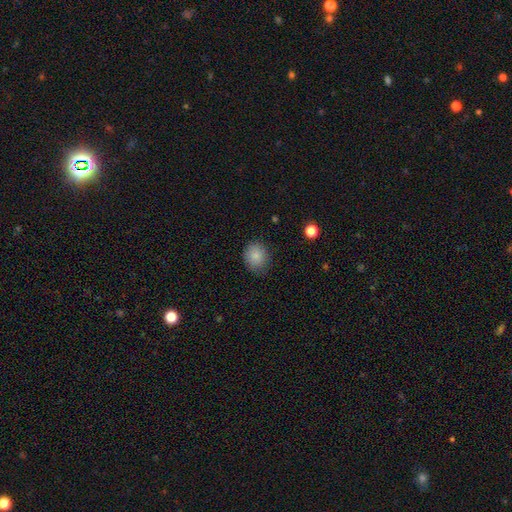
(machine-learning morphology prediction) A smooth galaxy with no disk features (85%) that is round (68%). Merging: none (81%).